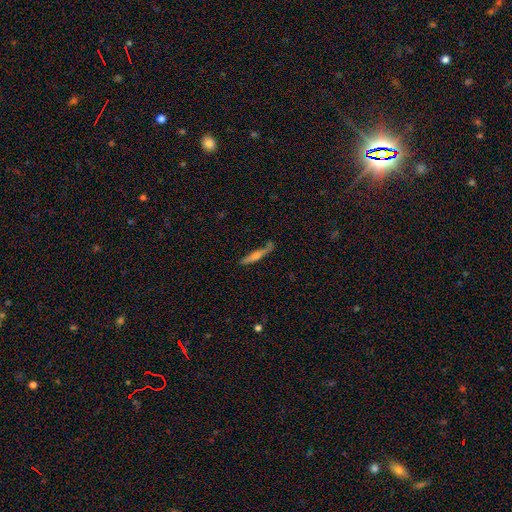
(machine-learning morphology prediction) Q: Smooth or featured?
A: featured or disk (55%); runner-up: smooth (38%)
Q: Edge-on disk?
A: yes (95%); runner-up: no (5%)
Q: Edge-on bulge?
A: rounded (79%); runner-up: none (12%)
Q: Merging?
A: none (74%); runner-up: minor disturbance (18%)